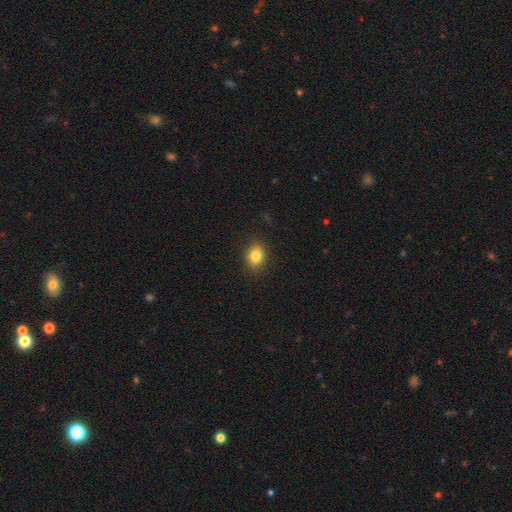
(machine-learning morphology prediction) Smooth or featured? Predicted: smooth (p=0.83). How rounded? Predicted: in between (p=0.55). Merging? Predicted: none (p=0.87).